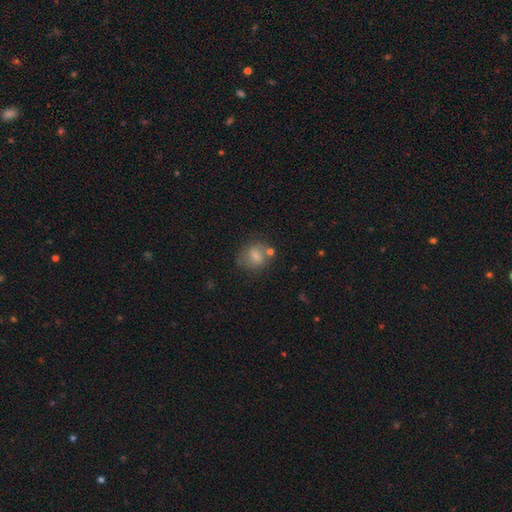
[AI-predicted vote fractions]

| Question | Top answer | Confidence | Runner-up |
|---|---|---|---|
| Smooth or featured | smooth | 73% | featured or disk (17%) |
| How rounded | round | 63% | in between (36%) |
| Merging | none | 58% | minor disturbance (20%) |